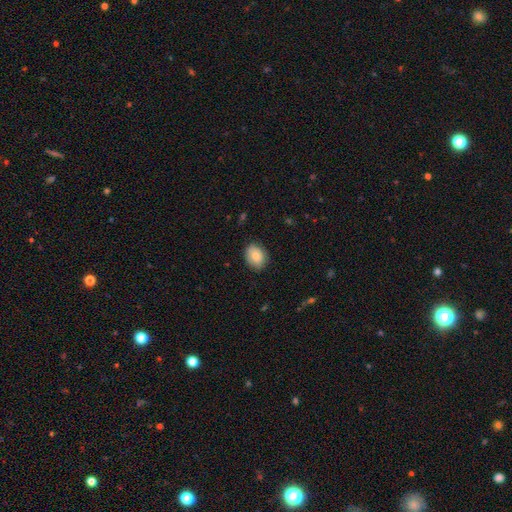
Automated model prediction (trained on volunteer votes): The model was most divided on "how rounded": in between: 55%, round: 44%, cigar-shaped: 1%. More confident: smooth or featured — smooth (84%); merging — none (82%).